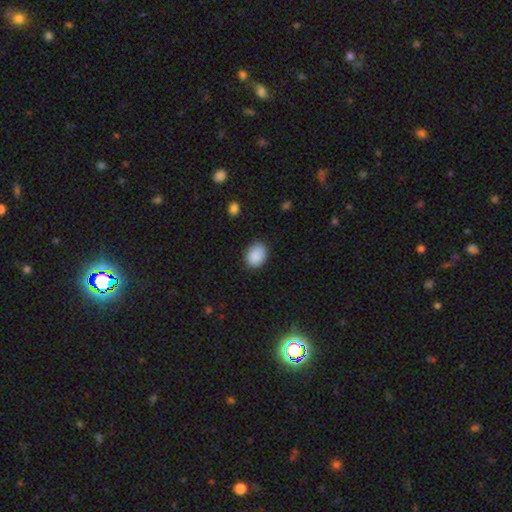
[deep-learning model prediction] smooth-or-featured: smooth: 90% | star or artifact: 7% | featured or disk: 3%
  how-rounded: in between: 65% | round: 34% | cigar-shaped: 1%
  merging: none: 84% | minor disturbance: 12% | major disturbance: 3% | merger: 1%